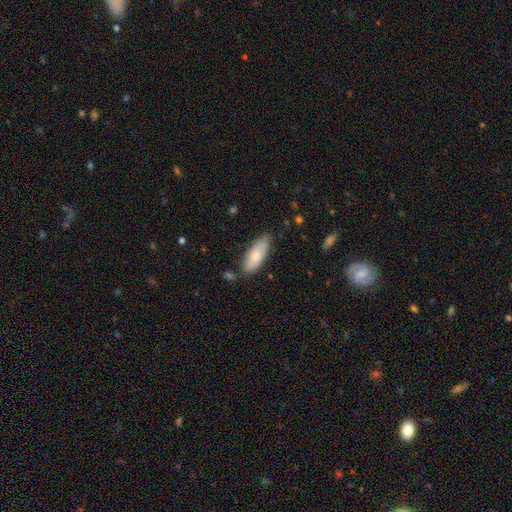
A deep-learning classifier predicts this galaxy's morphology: Smooth or featured? smooth (78%)
How rounded? in between (74%)
Merging? none (75%)